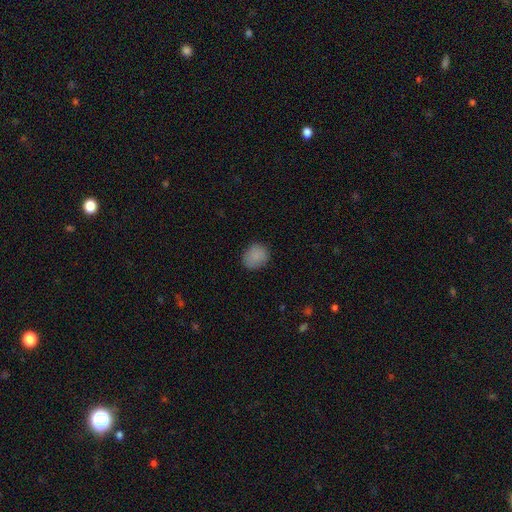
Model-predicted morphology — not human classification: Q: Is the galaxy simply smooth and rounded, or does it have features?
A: smooth — 86%.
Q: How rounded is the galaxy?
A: round — 69%.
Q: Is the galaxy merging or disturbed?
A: none — 83%.